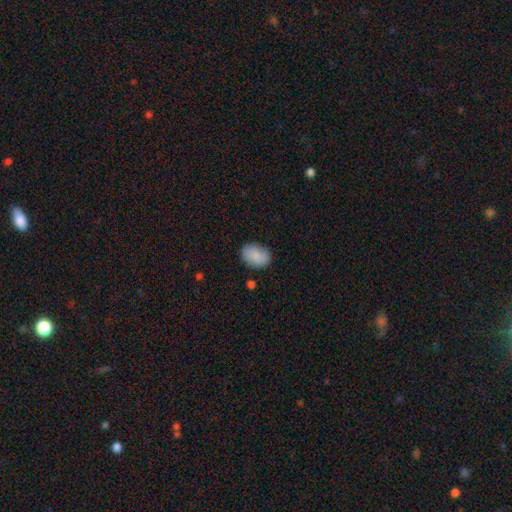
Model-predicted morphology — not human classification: Smooth or featured: smooth — 85% (featured or disk — 8%)
How rounded: in between — 76% (round — 23%)
Merging: none — 80% (minor disturbance — 15%)